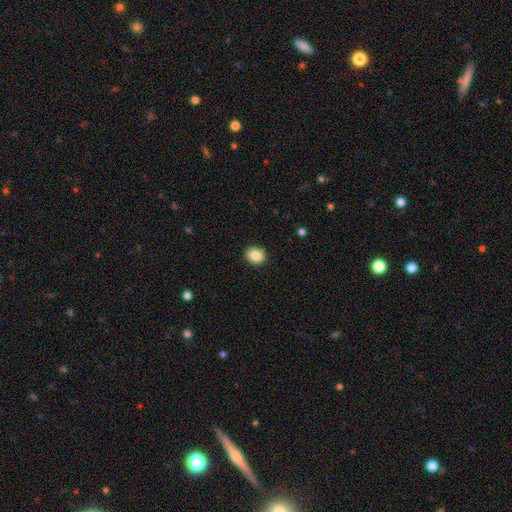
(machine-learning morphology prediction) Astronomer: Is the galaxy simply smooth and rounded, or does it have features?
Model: smooth — 84%.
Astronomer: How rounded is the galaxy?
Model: round — 67%.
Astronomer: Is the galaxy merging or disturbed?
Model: none — 90%.